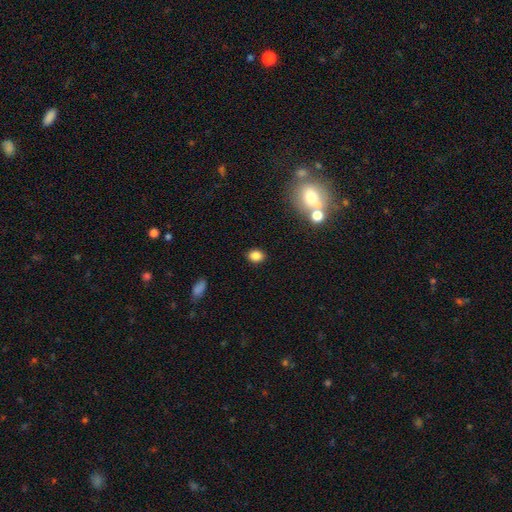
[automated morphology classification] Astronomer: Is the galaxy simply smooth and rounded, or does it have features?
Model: smooth — 83%.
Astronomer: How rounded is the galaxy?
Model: in between — 52% (runner-up: round, 46%).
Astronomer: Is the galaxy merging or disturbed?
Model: none — 87%.